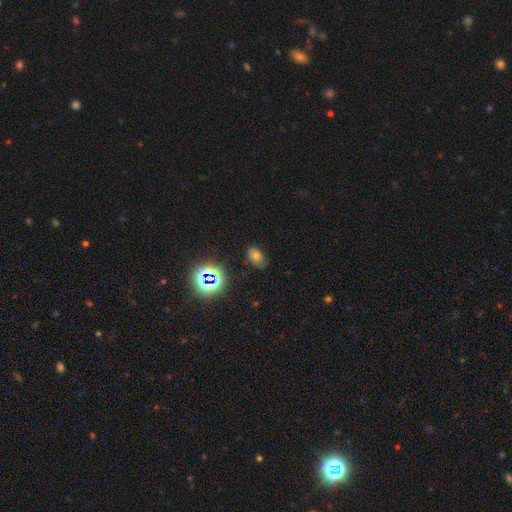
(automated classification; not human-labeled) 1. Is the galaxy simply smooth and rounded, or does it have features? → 62% smooth, 26% star or artifact, 11% featured or disk.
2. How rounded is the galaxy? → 87% in between, 11% round, 2% cigar-shaped.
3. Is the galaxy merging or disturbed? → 77% none, 17% minor disturbance, 4% major disturbance, 2% merger.